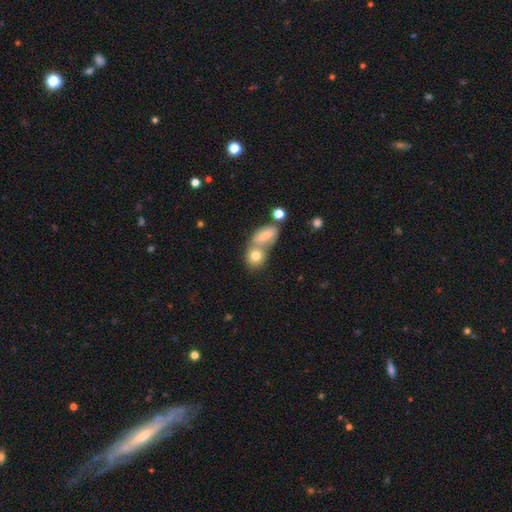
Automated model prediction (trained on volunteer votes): smooth-or-featured: smooth: 76% | featured or disk: 14% | star or artifact: 9%
  how-rounded: round: 52% | in between: 45% | cigar-shaped: 3%
  merging: merger: 54% | none: 34% | minor disturbance: 8% | major disturbance: 4%